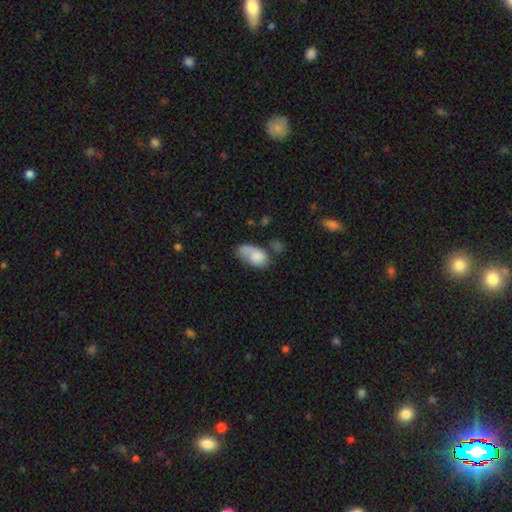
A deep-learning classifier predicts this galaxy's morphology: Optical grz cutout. It shows a smooth galaxy with no disk features (75%) that is in between round and cigar-shaped (89%). Merging: none (30%).